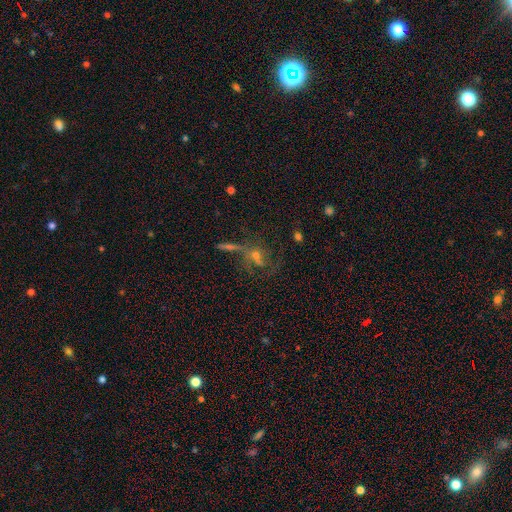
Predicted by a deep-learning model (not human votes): This is possibly a featured or disk galaxy (53%). It is clearly not viewed edge-on (90%). Merging: possibly none (49%).